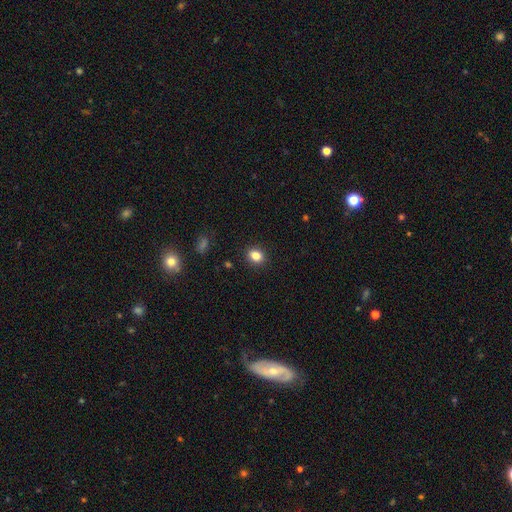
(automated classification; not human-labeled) smooth_or_featured: smooth (p=0.84) [alt: star or artifact p=0.11]
how_rounded: round (p=0.53) [alt: in between p=0.46]
merging: none (p=0.90) [alt: minor disturbance p=0.07]